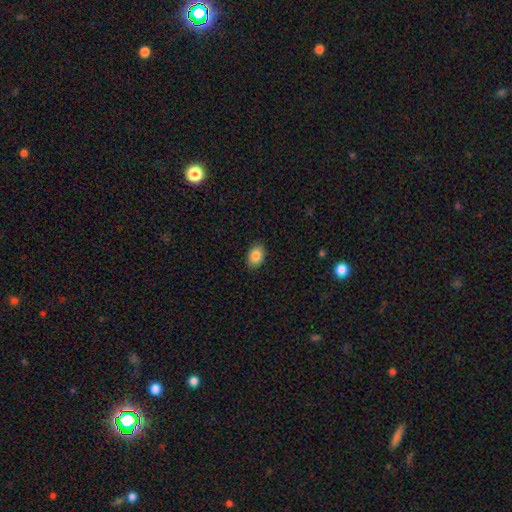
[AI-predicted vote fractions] Overall: smooth (87%). How rounded: in between (81%). Merging: none (88%).